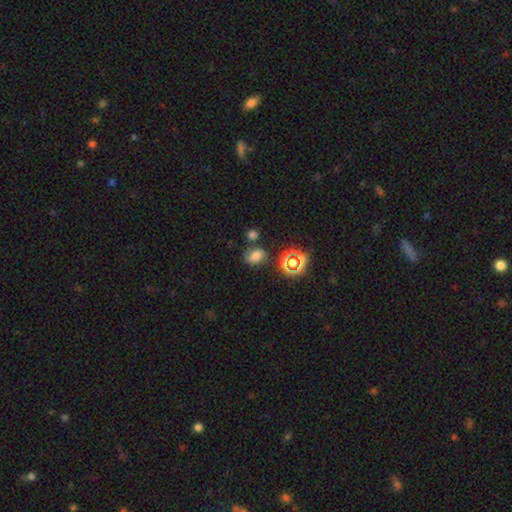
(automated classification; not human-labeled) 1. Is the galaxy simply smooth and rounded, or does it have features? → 63% smooth, 25% star or artifact, 11% featured or disk.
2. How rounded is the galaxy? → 71% in between, 27% round, 2% cigar-shaped.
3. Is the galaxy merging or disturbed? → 63% none, 18% minor disturbance, 12% merger, 7% major disturbance.